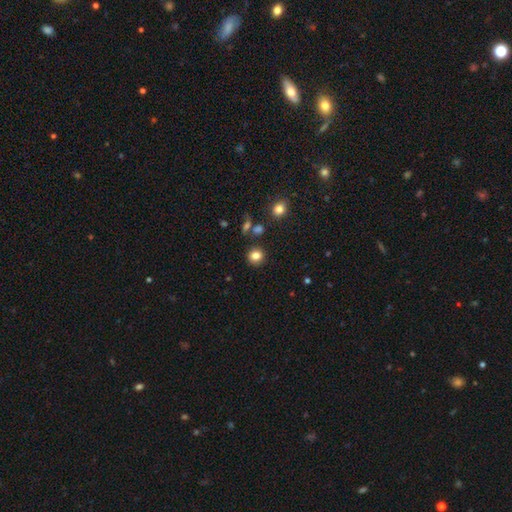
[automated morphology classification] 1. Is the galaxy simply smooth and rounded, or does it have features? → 82% smooth, 12% star or artifact, 6% featured or disk.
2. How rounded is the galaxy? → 88% round, 11% in between, 1% cigar-shaped.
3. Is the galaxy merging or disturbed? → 87% none, 7% minor disturbance, 4% merger, 2% major disturbance.